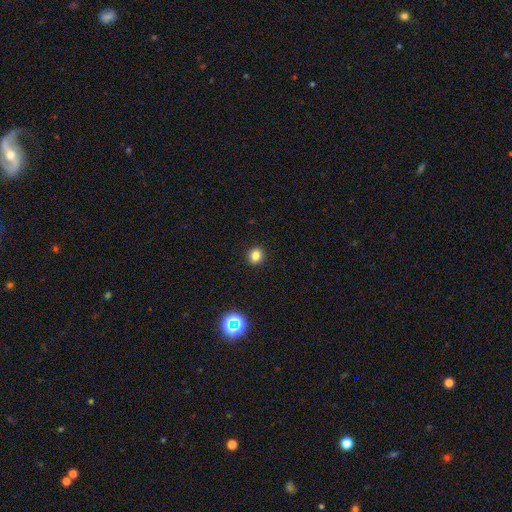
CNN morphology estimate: smooth_or_featured: smooth (p=0.81) [alt: star or artifact p=0.14]
how_rounded: round (p=0.89) [alt: in between p=0.10]
merging: none (p=0.93) [alt: minor disturbance p=0.05]